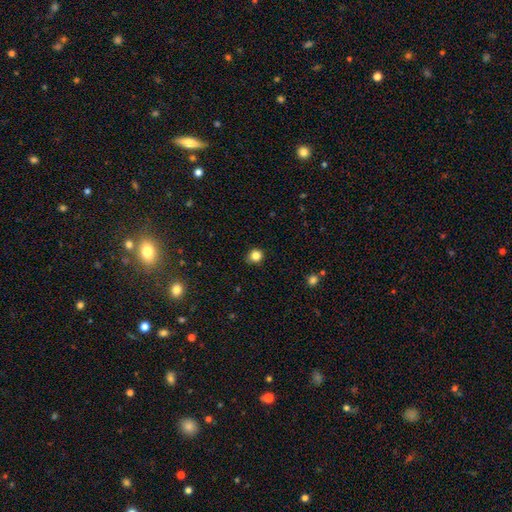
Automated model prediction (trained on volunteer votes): smooth 83%, star or artifact 12%, featured or disk 4%. Down the decision tree: how rounded — round (87%); merging — none (87%).